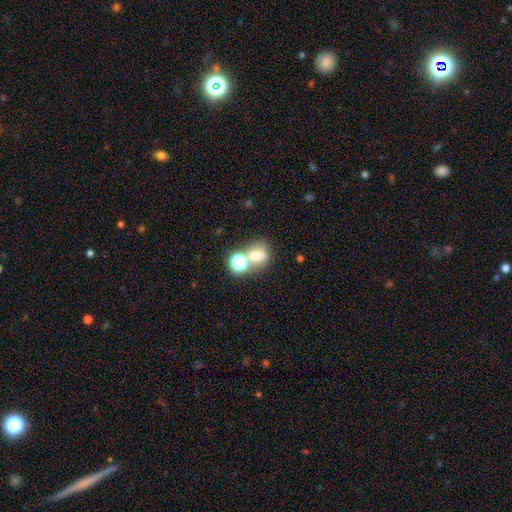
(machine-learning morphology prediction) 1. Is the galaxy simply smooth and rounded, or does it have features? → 66% smooth, 19% star or artifact, 15% featured or disk.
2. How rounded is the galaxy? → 50% round, 48% in between, 2% cigar-shaped.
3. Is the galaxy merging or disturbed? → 41% none, 40% merger, 11% minor disturbance, 7% major disturbance.